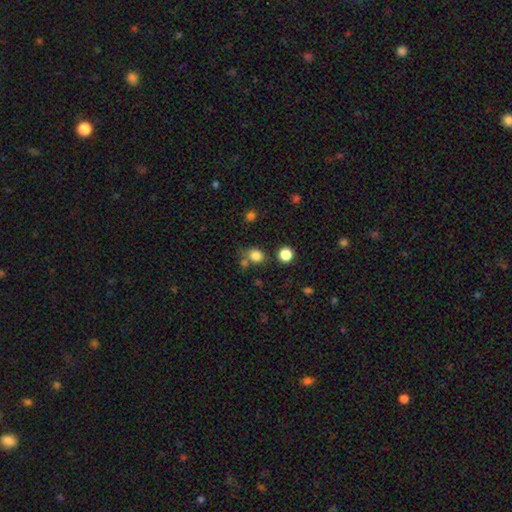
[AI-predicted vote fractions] The model was most divided on "how rounded": round: 61%, in between: 38%, cigar-shaped: 1%. More confident: smooth or featured — smooth (81%); merging — none (66%).